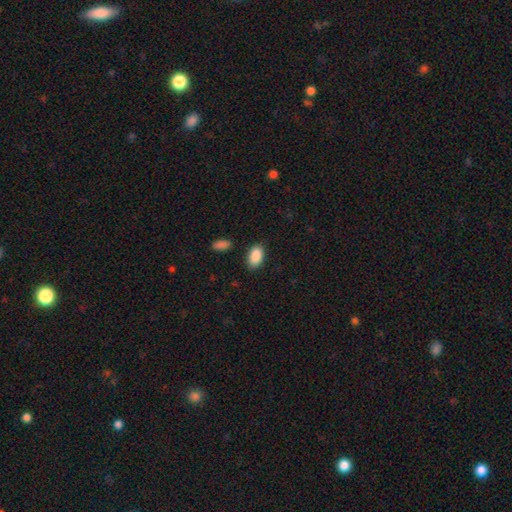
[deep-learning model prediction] Morphology: type=smooth (89%); roundness=in between (92%); merging=none (83%).